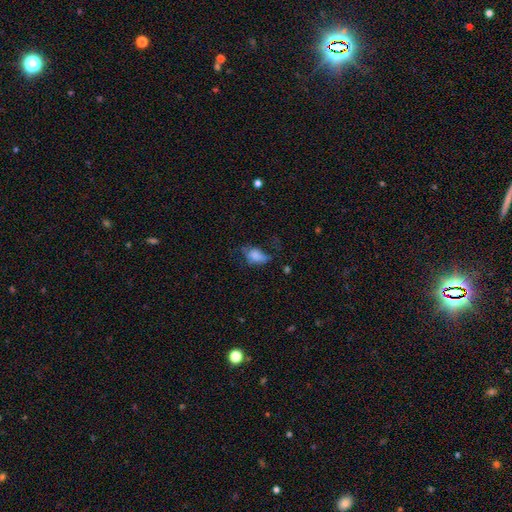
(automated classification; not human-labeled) Smooth or featured? Predicted: smooth (p=0.70). How rounded? Predicted: in between (p=0.88). Merging? Predicted: major disturbance (p=0.36).